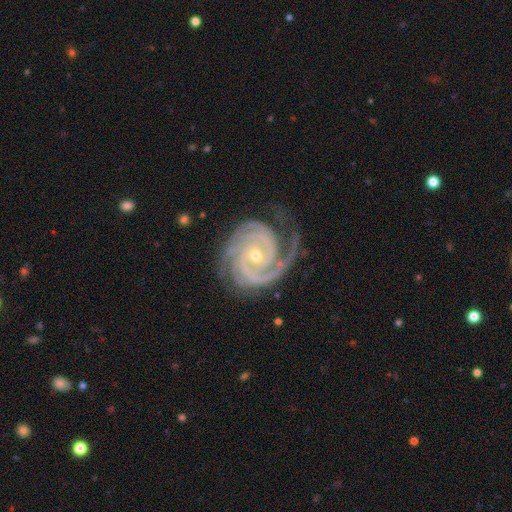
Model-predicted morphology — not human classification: The model was most divided on "spiral arm count": 2: 38%, 3: 34%, 4: 9%, can't tell: 8%, more than 4: 5%, 1: 5%. More confident: spiral arms — yes (99%); edge-on disk — no (98%); smooth or featured — featured or disk (94%); spiral winding — tight (78%); merging — none (71%); bar — no (62%); bulge size — small (60%).